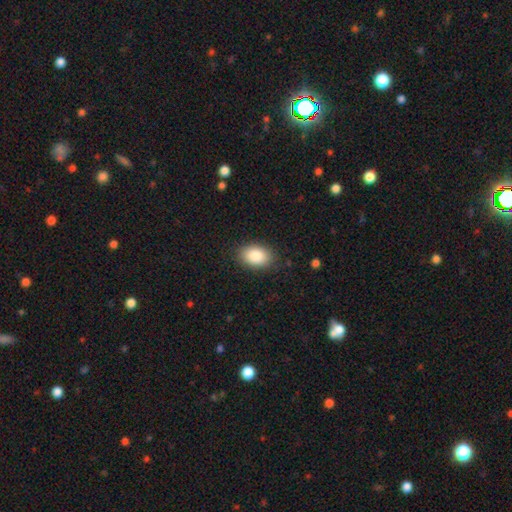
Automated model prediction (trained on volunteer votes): Morphology: type=smooth (88%); roundness=in between (87%); merging=none (86%).